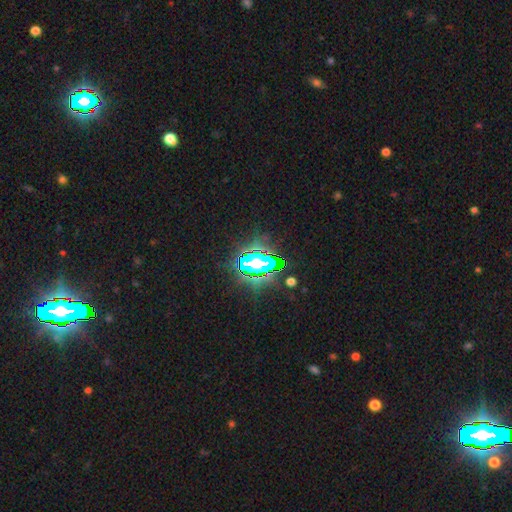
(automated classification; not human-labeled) Smooth or featured? Predicted: star or artifact (p=0.83).